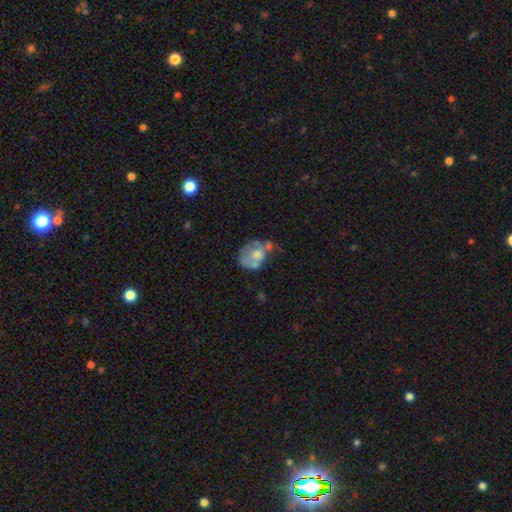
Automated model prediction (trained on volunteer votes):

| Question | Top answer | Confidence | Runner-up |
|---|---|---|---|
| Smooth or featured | smooth | 49% | featured or disk (42%) |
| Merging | major disturbance | 29% | none (25%) |